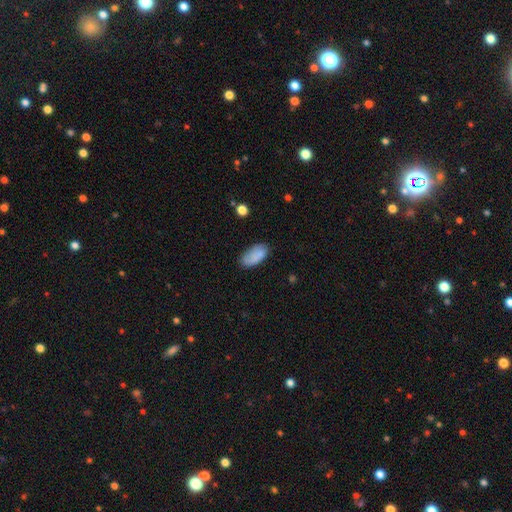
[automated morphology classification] Smooth or featured? smooth (82%)
How rounded? in between (91%)
Merging? none (68%)